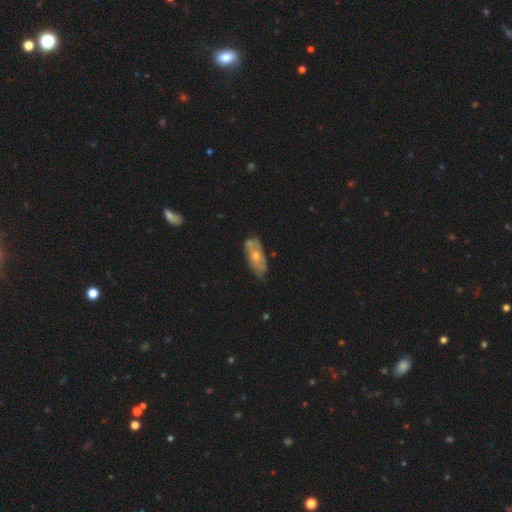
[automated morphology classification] A featured or disk galaxy (53%).

Vote fractions:
- Smooth or featured? featured or disk: 53% / smooth: 41% / star or artifact: 6%
- Edge-on disk? no: 85% / yes: 15%
- Merging? none: 58% / minor disturbance: 29% / major disturbance: 7% / merger: 7%